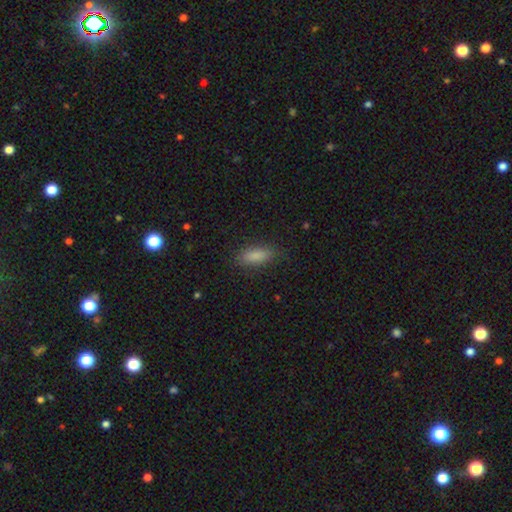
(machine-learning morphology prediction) Smooth or featured? Predicted: smooth (p=0.85). How rounded? Predicted: in between (p=0.74). Merging? Predicted: none (p=0.86).